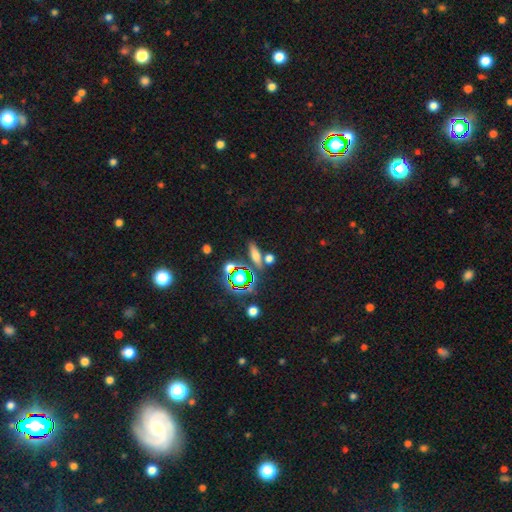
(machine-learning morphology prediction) type=smooth (54%); roundness=cigar-shaped (48%); merging=none (72%).